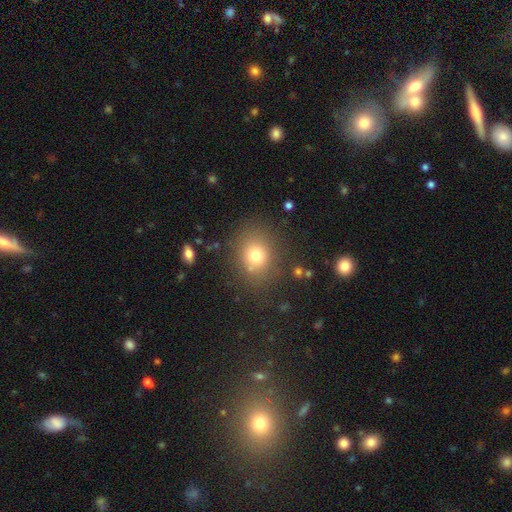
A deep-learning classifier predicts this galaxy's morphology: Smooth or featured: smooth — 76% (star or artifact — 14%)
How rounded: round — 63% (in between — 36%)
Merging: none — 79% (minor disturbance — 12%)